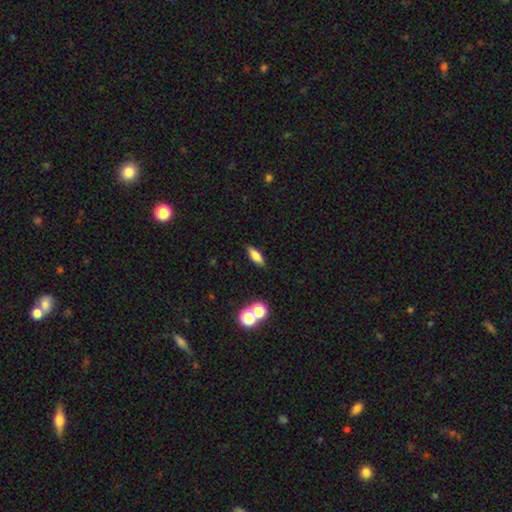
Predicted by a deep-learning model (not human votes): smooth-or-featured: smooth: 75% | featured or disk: 15% | star or artifact: 10%
  how-rounded: in between: 62% | cigar-shaped: 34% | round: 4%
  merging: none: 85% | minor disturbance: 9% | merger: 3% | major disturbance: 3%